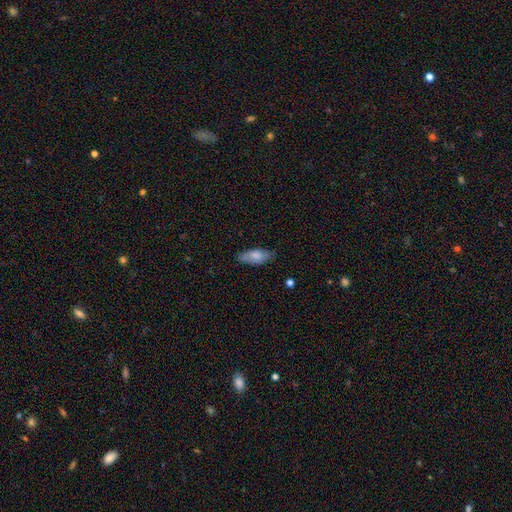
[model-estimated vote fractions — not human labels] A smooth galaxy with no disk features (74%) that is in between round and cigar-shaped (82%).

Vote fractions:
- Smooth or featured? smooth: 74% / featured or disk: 20% / star or artifact: 6%
- How rounded? in between: 82% / cigar-shaped: 16% / round: 2%
- Merging? none: 76% / minor disturbance: 19% / major disturbance: 3% / merger: 1%